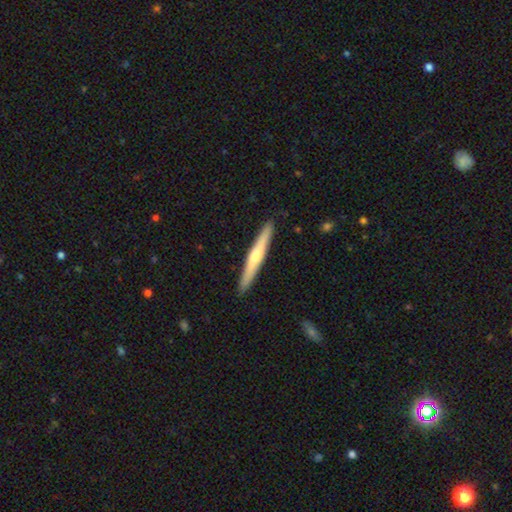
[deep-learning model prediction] This appears to be a featured or disk galaxy (61%) viewed edge-on (97%) with a rounded central bulge (78%). Merging: none (92%).